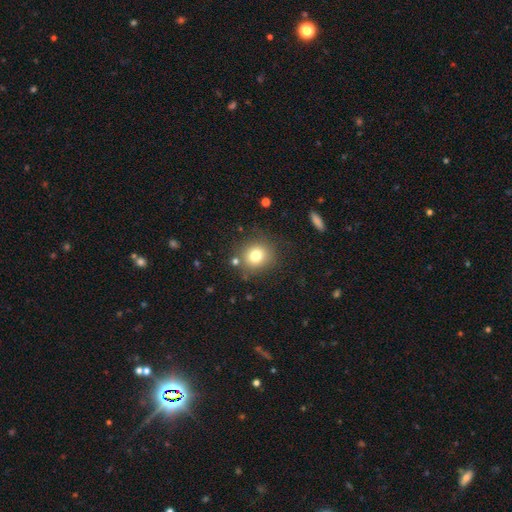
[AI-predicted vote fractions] A smooth galaxy with no disk features (76%) that is round (84%).

Vote fractions:
- Smooth or featured? smooth: 76% / star or artifact: 13% / featured or disk: 11%
- How rounded? round: 84% / in between: 15% / cigar-shaped: 1%
- Merging? none: 81% / minor disturbance: 10% / merger: 4% / major disturbance: 4%